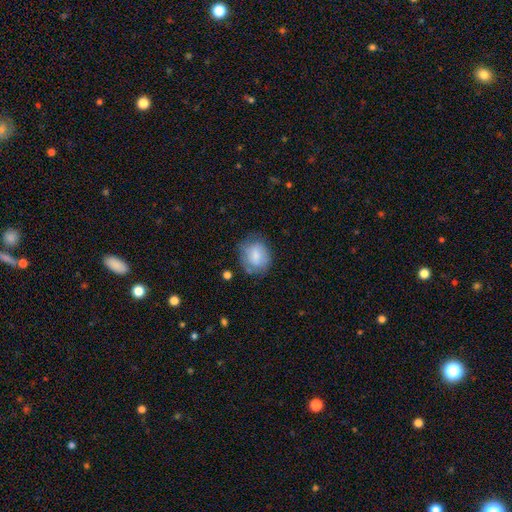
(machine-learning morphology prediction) A smooth galaxy with no disk features (75%) that is round (61%).

Vote fractions:
- Smooth or featured? smooth: 75% / featured or disk: 17% / star or artifact: 7%
- How rounded? round: 61% / in between: 38% / cigar-shaped: 1%
- Merging? none: 61% / minor disturbance: 26% / major disturbance: 10% / merger: 3%